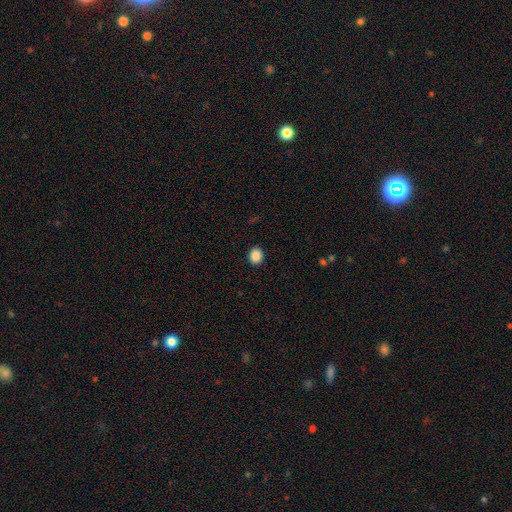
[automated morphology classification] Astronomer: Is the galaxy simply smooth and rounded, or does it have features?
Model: smooth — 88%.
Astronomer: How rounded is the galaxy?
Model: round — 64%.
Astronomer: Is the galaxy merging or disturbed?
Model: none — 91%.